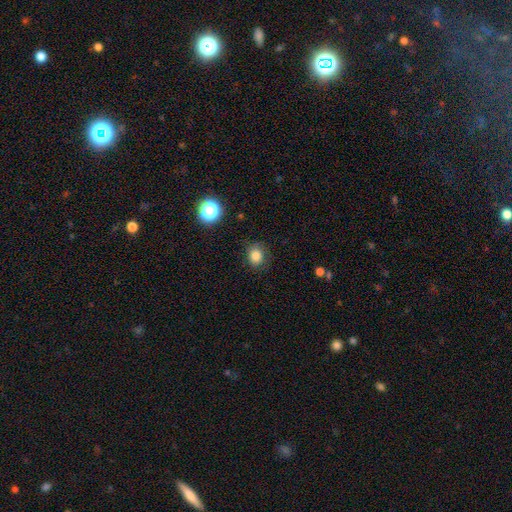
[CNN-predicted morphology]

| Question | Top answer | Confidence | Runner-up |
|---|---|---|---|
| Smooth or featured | smooth | 82% | star or artifact (12%) |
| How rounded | round | 62% | in between (37%) |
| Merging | none | 81% | minor disturbance (13%) |